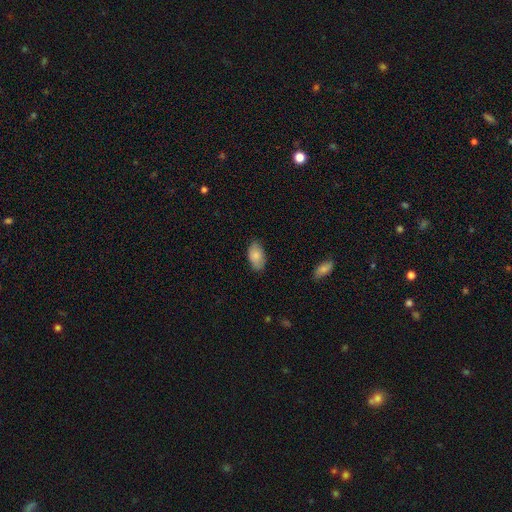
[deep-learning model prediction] smooth_or_featured: smooth (p=0.84) [alt: featured or disk p=0.09]
how_rounded: in between (p=0.94) [alt: round p=0.04]
merging: none (p=0.82) [alt: minor disturbance p=0.14]